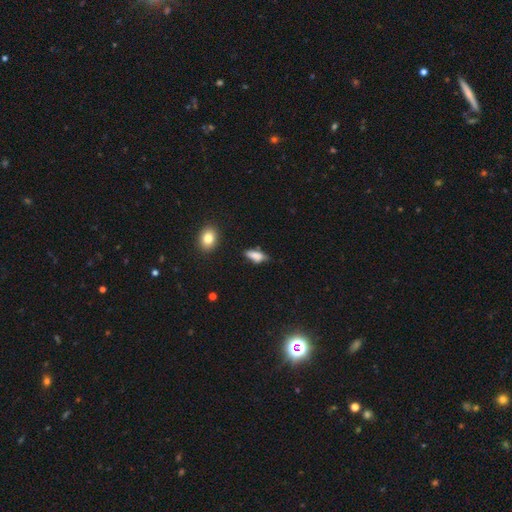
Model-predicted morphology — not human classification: This appears to be a smooth galaxy with no disk features (77%) that is in between round and cigar-shaped (69%). Merging: none (63%).